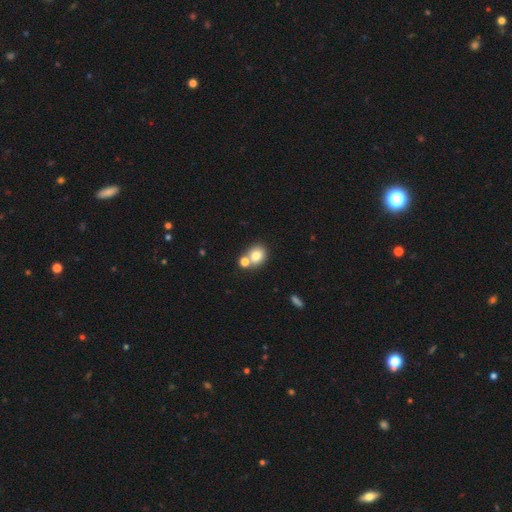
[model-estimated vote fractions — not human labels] Smooth or featured? Predicted: smooth (p=0.78). How rounded? Predicted: round (p=0.70). Merging? Predicted: none (p=0.49).